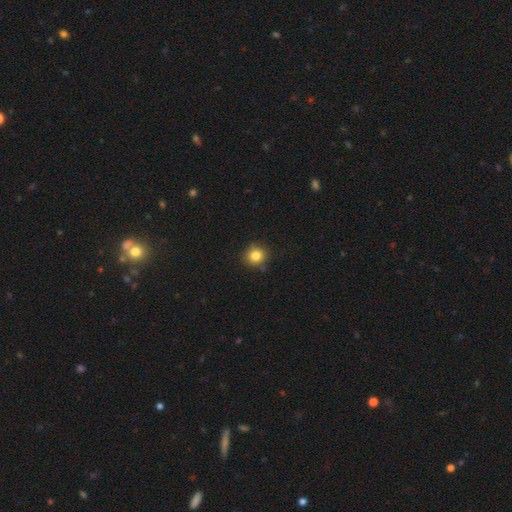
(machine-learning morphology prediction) Q: Smooth or featured?
A: smooth (83%); runner-up: star or artifact (11%)
Q: How rounded?
A: round (91%); runner-up: in between (8%)
Q: Merging?
A: none (86%); runner-up: minor disturbance (10%)